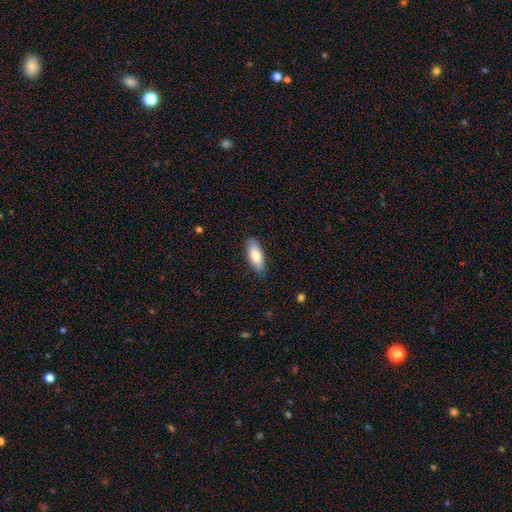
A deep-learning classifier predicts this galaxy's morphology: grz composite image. It shows a smooth galaxy with no disk features (80%) that is in between round and cigar-shaped (80%). Merging: none (85%).